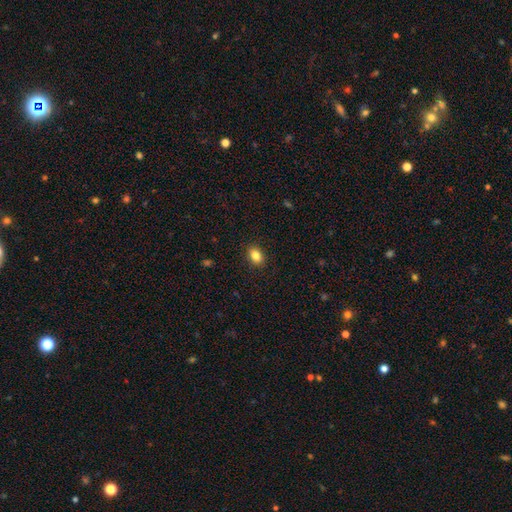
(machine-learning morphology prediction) smooth_or_featured: smooth (p=0.84) [alt: star or artifact p=0.10]
how_rounded: in between (p=0.67) [alt: round p=0.32]
merging: none (p=0.90) [alt: minor disturbance p=0.07]